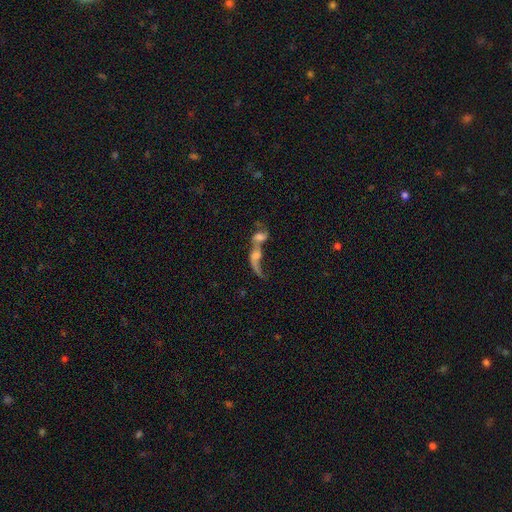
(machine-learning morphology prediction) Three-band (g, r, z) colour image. It shows a featured or disk galaxy (55%). Merging: merger (73%).